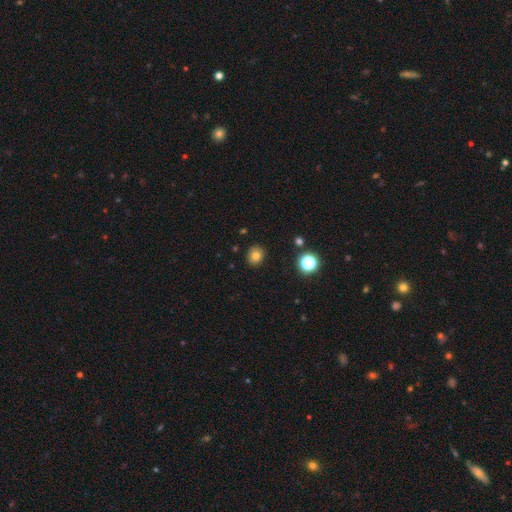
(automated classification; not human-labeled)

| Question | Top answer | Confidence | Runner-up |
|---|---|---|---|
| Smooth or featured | smooth | 78% | star or artifact (15%) |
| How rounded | round | 82% | in between (17%) |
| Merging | none | 90% | minor disturbance (7%) |